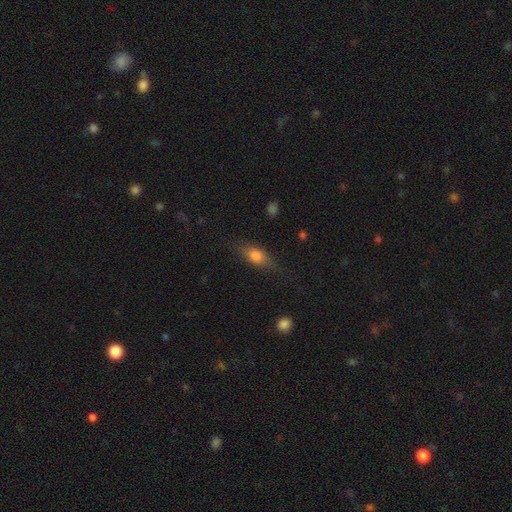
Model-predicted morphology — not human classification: This appears to be a smooth galaxy with no disk features (70%) that is in between round and cigar-shaped (73%). Merging: none (71%).